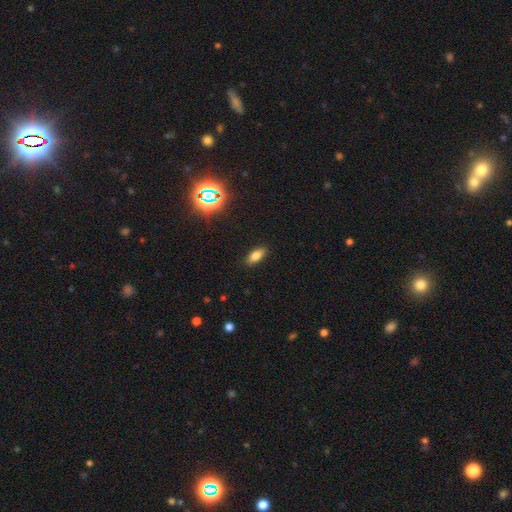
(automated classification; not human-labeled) smooth 77%, star or artifact 13%, featured or disk 10%. Down the decision tree: how rounded — in between (81%); merging — none (88%).